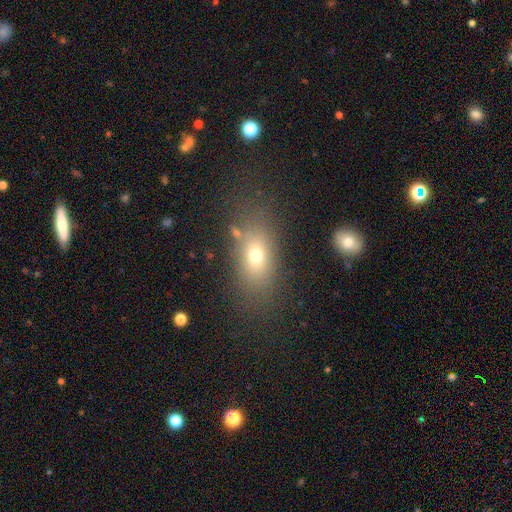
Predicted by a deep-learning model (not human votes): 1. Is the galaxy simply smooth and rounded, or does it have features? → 68% smooth, 17% featured or disk, 15% star or artifact.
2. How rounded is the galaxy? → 79% in between, 15% round, 6% cigar-shaped.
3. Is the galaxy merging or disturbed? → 73% none, 14% minor disturbance, 8% major disturbance, 5% merger.